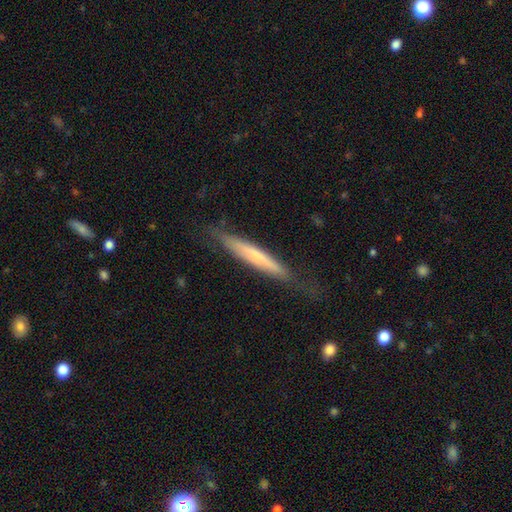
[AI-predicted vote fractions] Overall: smooth (54%; featured or disk 40%). How rounded: cigar-shaped (94%). Merging: none (76%).